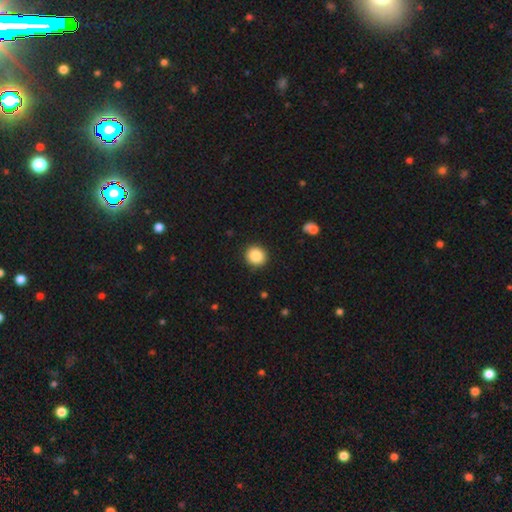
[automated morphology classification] Q: Smooth or featured?
A: smooth (87%); runner-up: star or artifact (9%)
Q: How rounded?
A: round (89%); runner-up: in between (10%)
Q: Merging?
A: none (91%); runner-up: minor disturbance (6%)